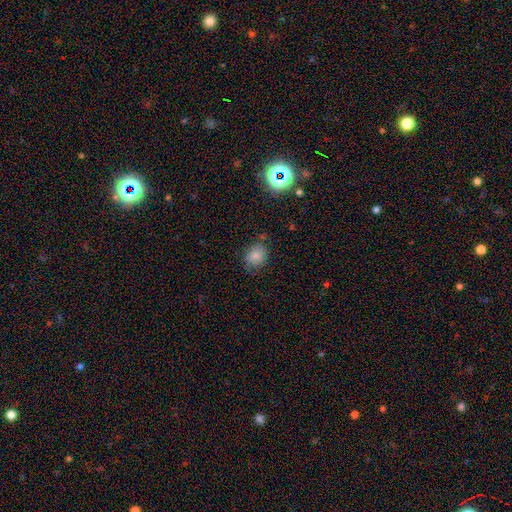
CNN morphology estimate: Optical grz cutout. It shows a smooth galaxy with no disk features (80%) that is round (54%). Merging: none (70%).